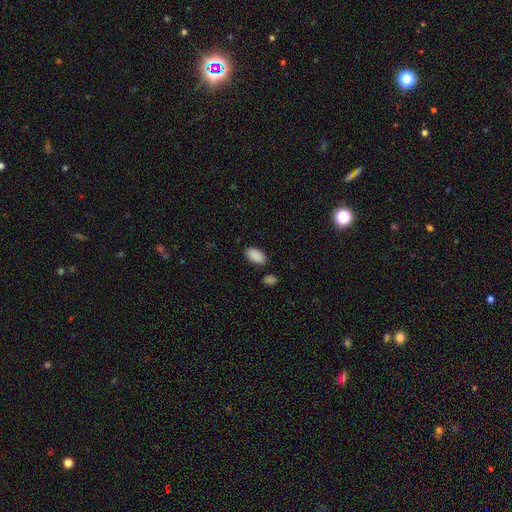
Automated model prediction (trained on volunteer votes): This appears to be a smooth galaxy with no disk features (90%) that is in between round and cigar-shaped (95%). Merging: none (82%).